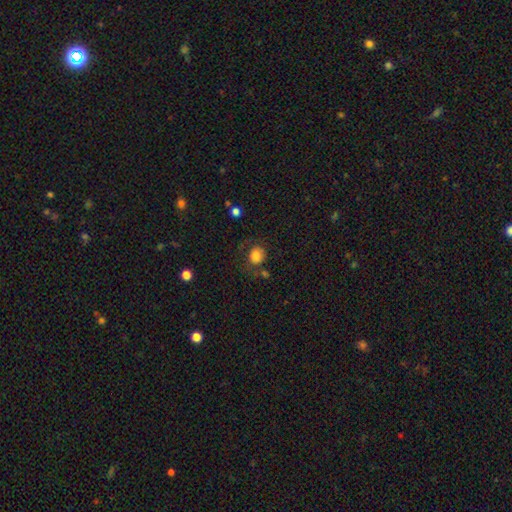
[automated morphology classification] Overall: smooth (80%). How rounded: round (75%). Merging: none (63%).